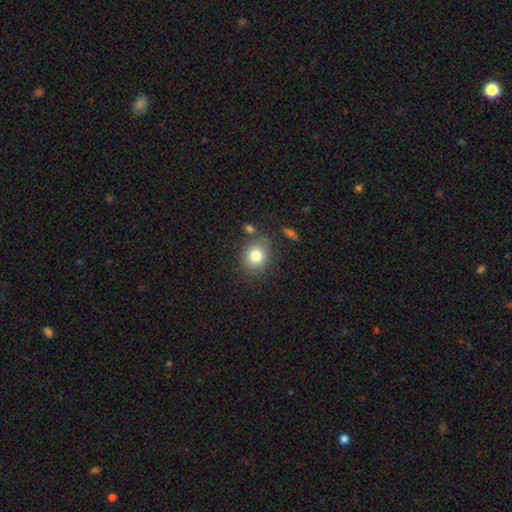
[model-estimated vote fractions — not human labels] smooth 80%, star or artifact 11%, featured or disk 9%. Down the decision tree: how rounded — round (72%); merging — none (77%).